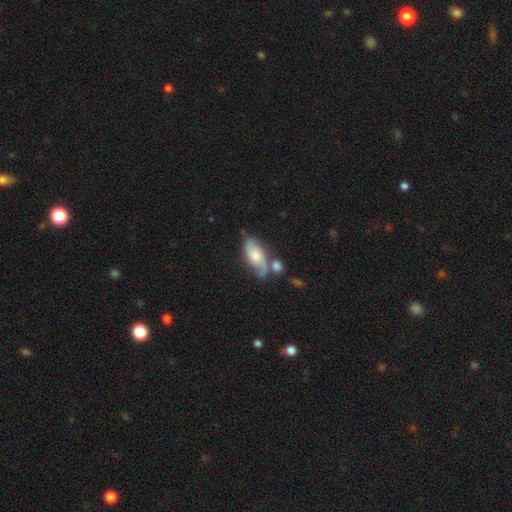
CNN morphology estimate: Smooth or featured: featured or disk — 51% (smooth — 42%)
Edge-on disk: no — 88% (yes — 12%)
Merging: none — 43% (merger — 26%)